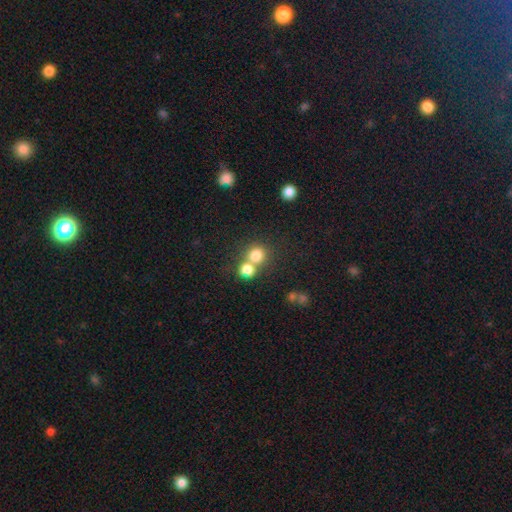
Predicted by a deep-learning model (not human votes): smooth 77%, star or artifact 13%, featured or disk 10%. Down the decision tree: how rounded — round (84%); merging — merger (47%).